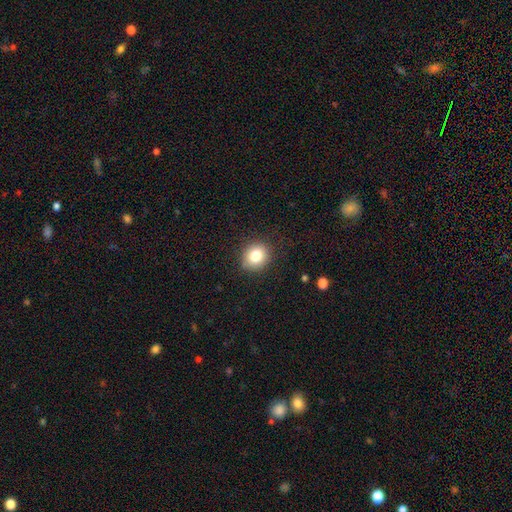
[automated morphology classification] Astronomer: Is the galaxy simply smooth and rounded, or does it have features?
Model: smooth — 81%.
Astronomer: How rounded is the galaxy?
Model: round — 79%.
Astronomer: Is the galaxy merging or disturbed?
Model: none — 87%.